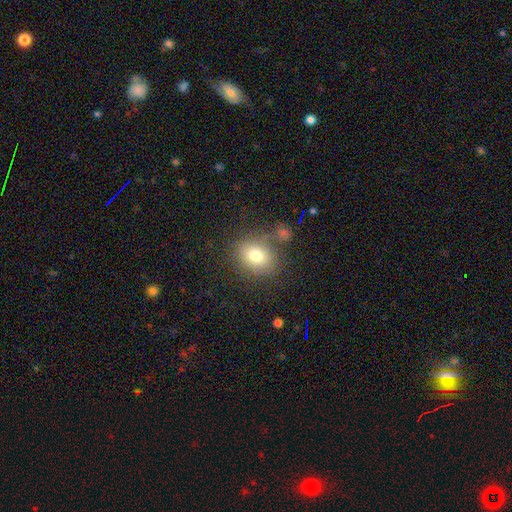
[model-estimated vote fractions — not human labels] A smooth galaxy with no disk features (77%) that is round (52%). Merging: none (73%).